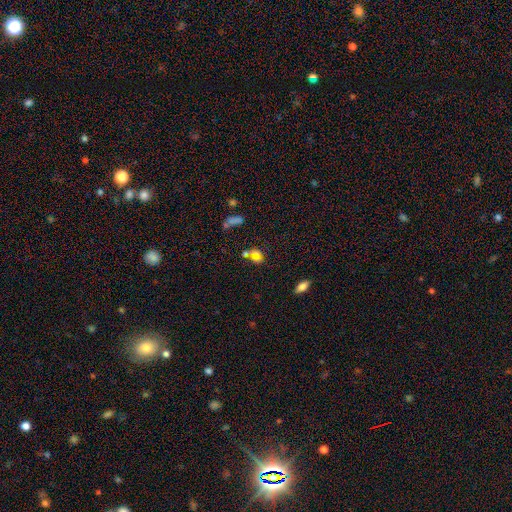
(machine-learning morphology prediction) smooth_or_featured: smooth (p=0.49) [alt: featured or disk p=0.28]
merging: none (p=0.37) [alt: merger p=0.32]